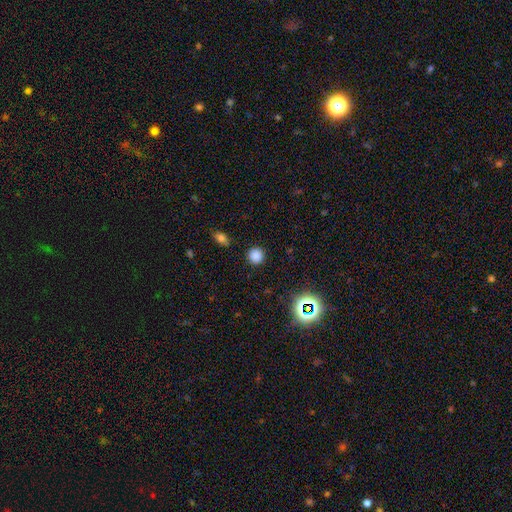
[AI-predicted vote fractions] Smooth or featured: smooth — 80% (star or artifact — 16%)
How rounded: round — 92% (in between — 7%)
Merging: none — 89% (minor disturbance — 7%)